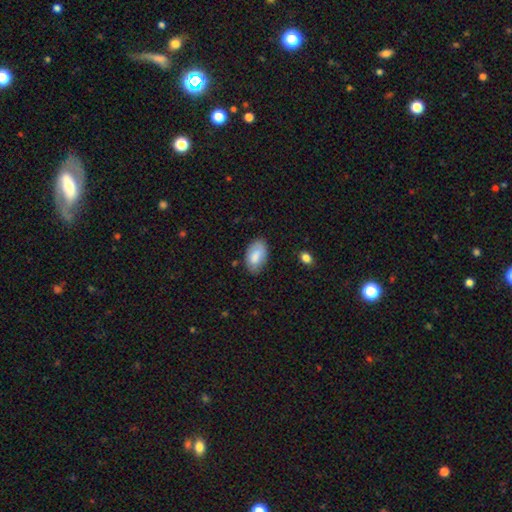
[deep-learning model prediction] Morphology: type=smooth (80%); roundness=in between (94%); merging=none (76%).